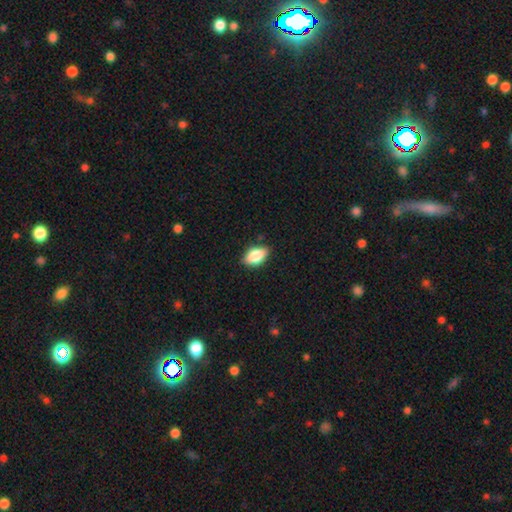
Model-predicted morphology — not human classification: A smooth galaxy with no disk features (81%) that is in between round and cigar-shaped (89%).

Vote fractions:
- Smooth or featured? smooth: 81% / featured or disk: 11% / star or artifact: 8%
- How rounded? in between: 89% / round: 8% / cigar-shaped: 4%
- Merging? none: 84% / minor disturbance: 13% / major disturbance: 2% / merger: 1%